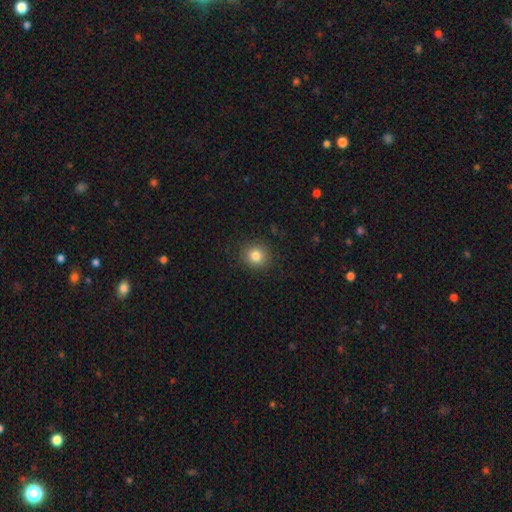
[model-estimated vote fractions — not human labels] A smooth galaxy with no disk features (82%) that is round (88%). Merging: none (89%).